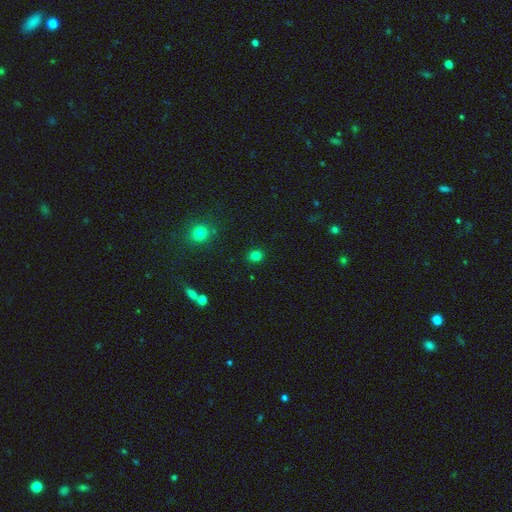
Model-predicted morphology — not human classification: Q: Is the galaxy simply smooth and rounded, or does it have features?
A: smooth — 80%.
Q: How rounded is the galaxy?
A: round — 76%.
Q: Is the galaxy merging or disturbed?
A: none — 88%.